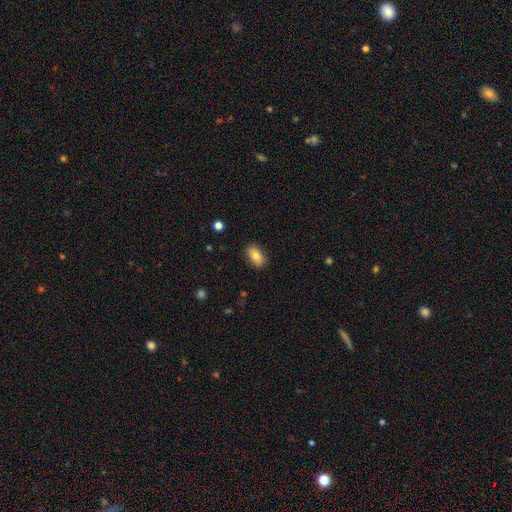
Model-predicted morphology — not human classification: Overall: smooth (79%). How rounded: in between (89%). Merging: none (87%).